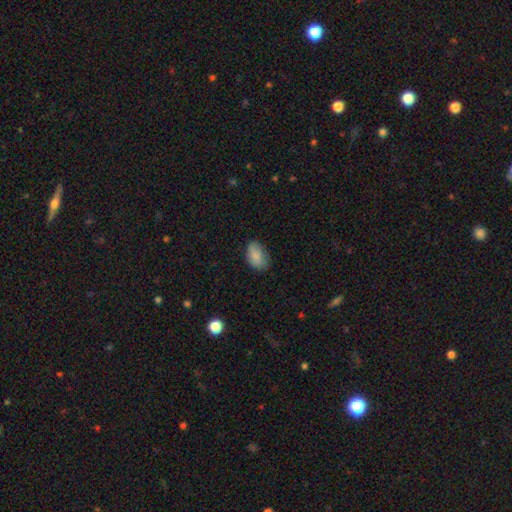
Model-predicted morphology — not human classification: Overall: smooth (84%). How rounded: in between (90%). Merging: none (68%).